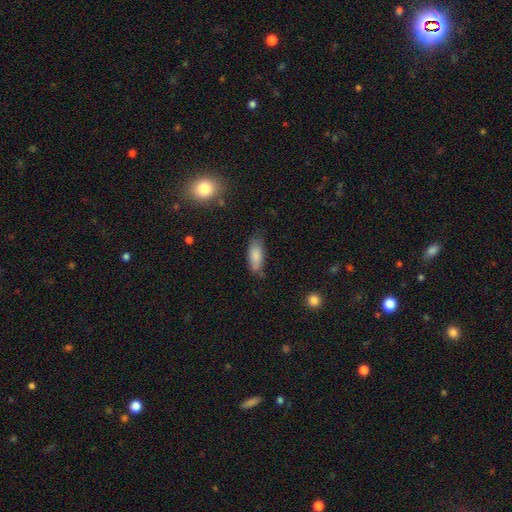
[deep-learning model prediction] A smooth galaxy with no disk features (83%) that is in between round and cigar-shaped (75%). Merging: none (65%).